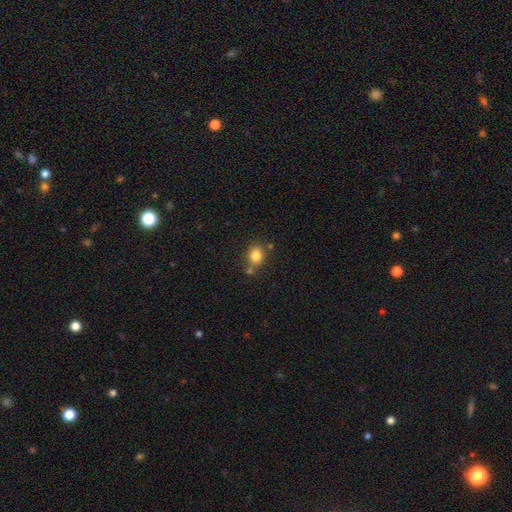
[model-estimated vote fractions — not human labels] Smooth or featured? smooth (82%)
How rounded? round (54%)
Merging? none (67%)